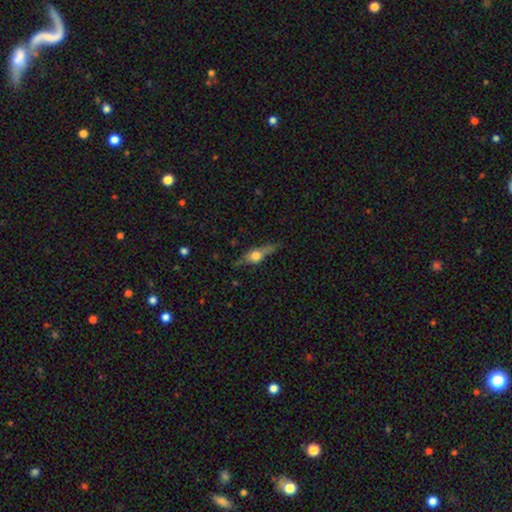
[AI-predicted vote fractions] Smooth or featured: featured or disk — 49% (smooth — 42%)
Merging: none — 65% (minor disturbance — 23%)